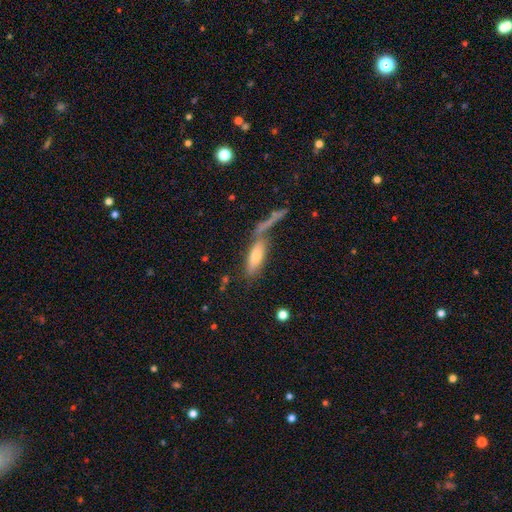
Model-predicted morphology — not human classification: Q: Smooth or featured?
A: smooth (67%); runner-up: featured or disk (24%)
Q: How rounded?
A: in between (54%); runner-up: cigar-shaped (43%)
Q: Merging?
A: none (45%); runner-up: merger (32%)